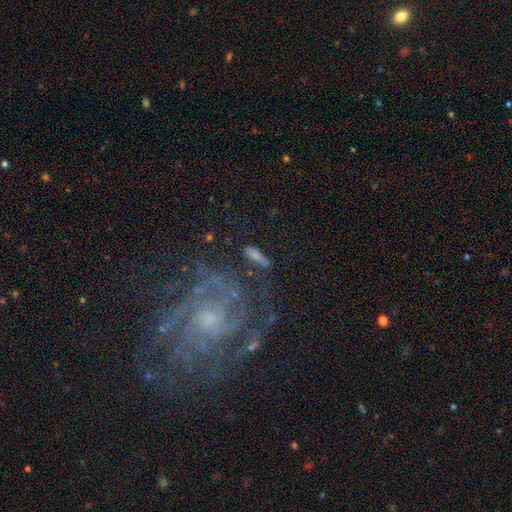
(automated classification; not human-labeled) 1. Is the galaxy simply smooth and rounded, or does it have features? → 67% smooth, 23% featured or disk, 10% star or artifact.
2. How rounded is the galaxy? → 56% cigar-shaped, 39% in between, 4% round.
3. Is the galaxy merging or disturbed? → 71% none, 17% minor disturbance, 8% major disturbance, 5% merger.